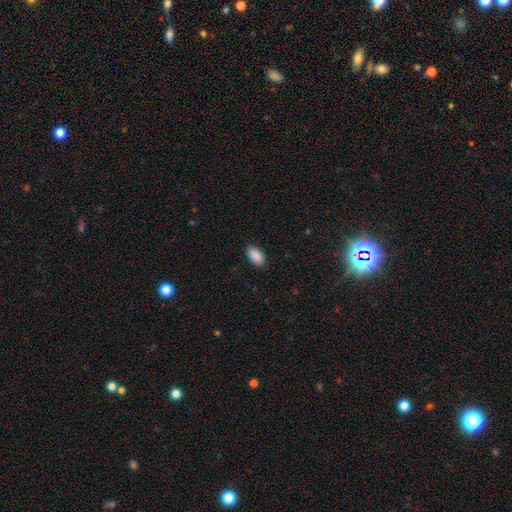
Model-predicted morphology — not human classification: Smooth or featured?
  - smooth: 90% *
  - star or artifact: 7%
  - featured or disk: 3%
How rounded?
  - in between: 95% *
  - round: 3%
  - cigar-shaped: 2%
Merging?
  - none: 88% *
  - minor disturbance: 9%
  - major disturbance: 2%
  - merger: 1%